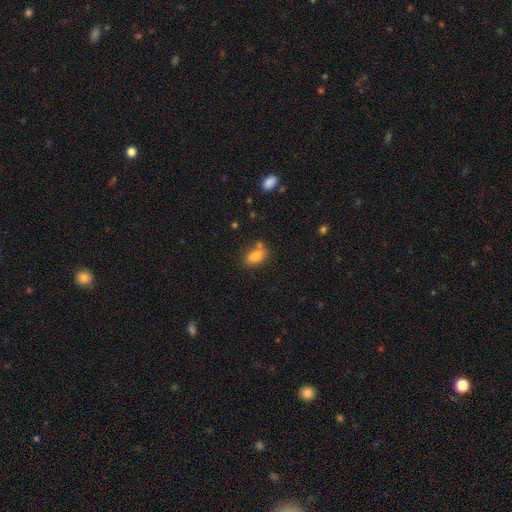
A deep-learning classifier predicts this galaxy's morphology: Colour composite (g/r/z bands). It shows a smooth galaxy with no disk features (83%) that is in between round and cigar-shaped (88%). Merging: none (64%).